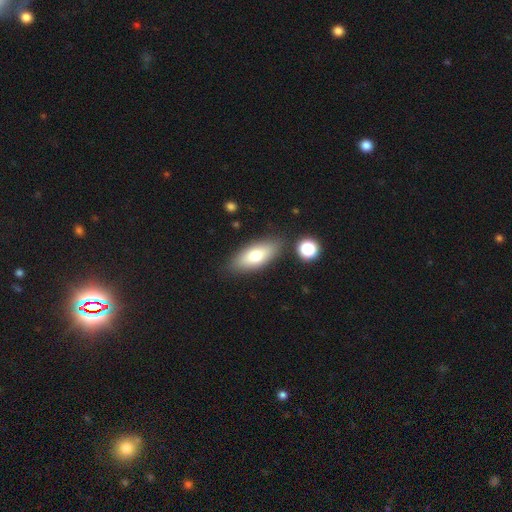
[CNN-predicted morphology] This is likely a smooth galaxy (73%). How rounded: likely in between (78%). Merging: clearly none (82%).